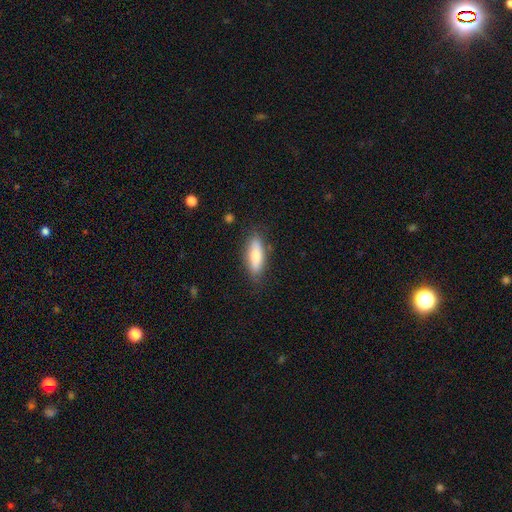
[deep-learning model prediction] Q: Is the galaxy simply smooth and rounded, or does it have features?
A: smooth — 73%.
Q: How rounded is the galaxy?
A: in between — 64%.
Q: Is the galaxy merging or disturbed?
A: none — 80%.